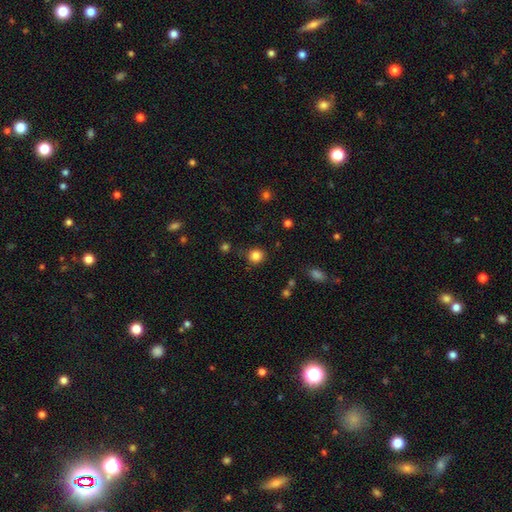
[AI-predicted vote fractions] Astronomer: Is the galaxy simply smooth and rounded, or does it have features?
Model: smooth — 83%.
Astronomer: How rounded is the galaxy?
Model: round — 88%.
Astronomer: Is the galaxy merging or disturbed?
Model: none — 84%.